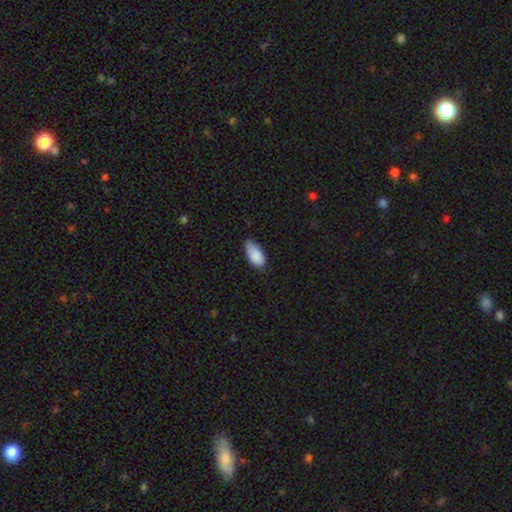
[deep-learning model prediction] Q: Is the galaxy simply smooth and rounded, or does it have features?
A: smooth — 88%.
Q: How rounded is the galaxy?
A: in between — 92%.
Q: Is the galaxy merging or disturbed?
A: none — 62%.